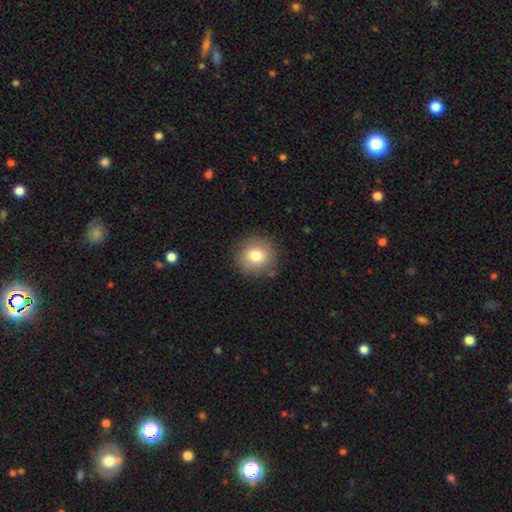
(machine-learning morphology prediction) type=smooth (77%); roundness=round (90%); merging=none (85%).